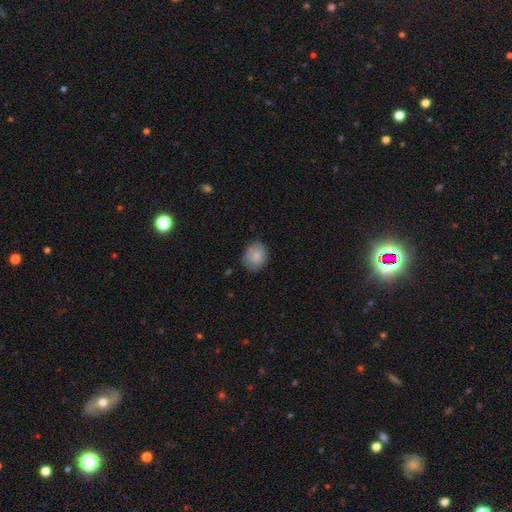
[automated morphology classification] Q: Smooth or featured?
A: smooth (83%); runner-up: featured or disk (10%)
Q: How rounded?
A: round (53%); runner-up: in between (46%)
Q: Merging?
A: none (73%); runner-up: minor disturbance (20%)